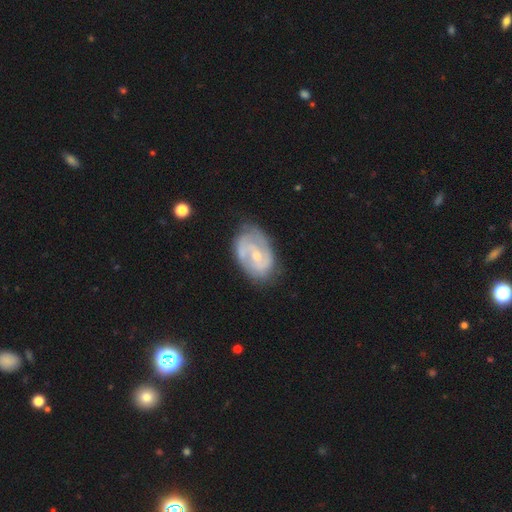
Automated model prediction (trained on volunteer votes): Q: Smooth or featured?
A: featured or disk (82%); runner-up: smooth (13%)
Q: Edge-on disk?
A: no (97%); runner-up: yes (3%)
Q: Bar?
A: weak (46%); runner-up: no (41%)
Q: Spiral arms?
A: yes (91%); runner-up: no (9%)
Q: Spiral winding?
A: medium (43%); runner-up: tight (42%)
Q: Spiral arm count?
A: 2 (71%); runner-up: can't tell (15%)
Q: Bulge size?
A: small (53%); runner-up: moderate (44%)
Q: Merging?
A: none (69%); runner-up: minor disturbance (22%)